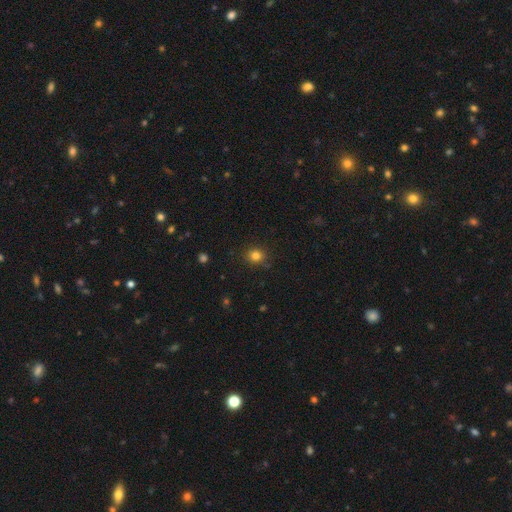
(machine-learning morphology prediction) Q: Smooth or featured?
A: smooth (82%); runner-up: star or artifact (13%)
Q: How rounded?
A: round (81%); runner-up: in between (18%)
Q: Merging?
A: none (87%); runner-up: minor disturbance (9%)